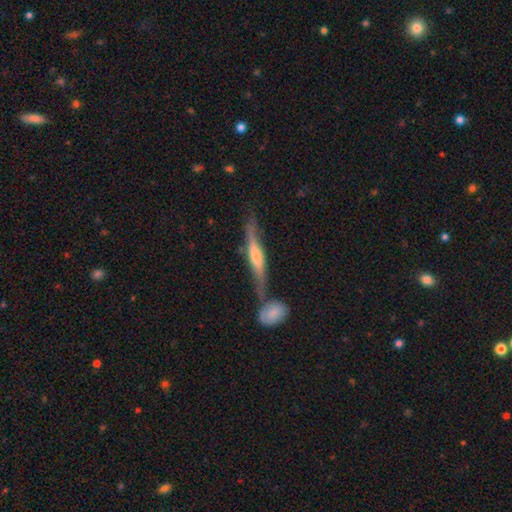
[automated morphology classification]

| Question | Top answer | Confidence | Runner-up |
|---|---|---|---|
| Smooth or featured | featured or disk | 67% | smooth (27%) |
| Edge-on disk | yes | 91% | no (9%) |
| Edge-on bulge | rounded | 54% | boxy (28%) |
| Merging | none | 60% | minor disturbance (18%) |